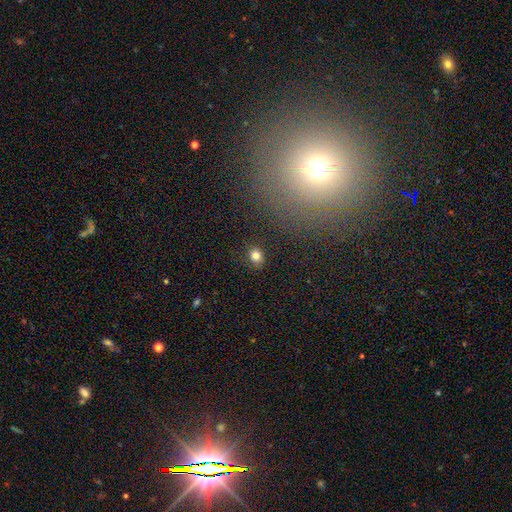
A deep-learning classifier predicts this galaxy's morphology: This is clearly a smooth galaxy (81%). How rounded: likely round (61%). Merging: clearly none (86%).